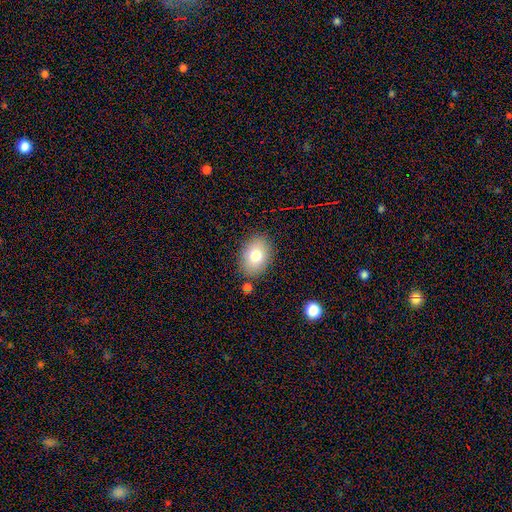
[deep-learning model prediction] smooth-or-featured: smooth: 77% | featured or disk: 14% | star or artifact: 9%
  how-rounded: in between: 79% | round: 20% | cigar-shaped: 1%
  merging: none: 84% | minor disturbance: 10% | merger: 3% | major disturbance: 3%